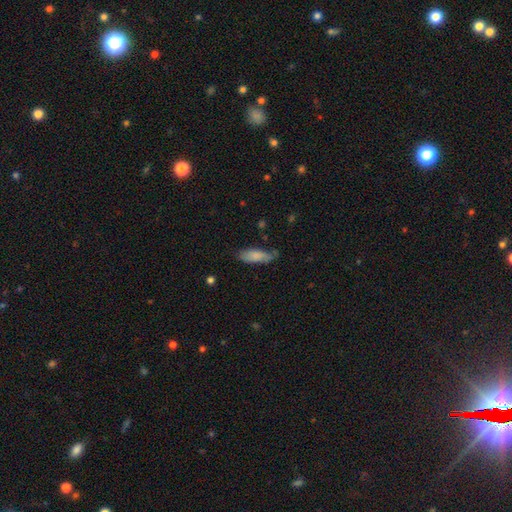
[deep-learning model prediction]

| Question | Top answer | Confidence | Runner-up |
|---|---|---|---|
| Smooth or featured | smooth | 79% | featured or disk (14%) |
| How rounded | in between | 66% | cigar-shaped (32%) |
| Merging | none | 62% | minor disturbance (29%) |